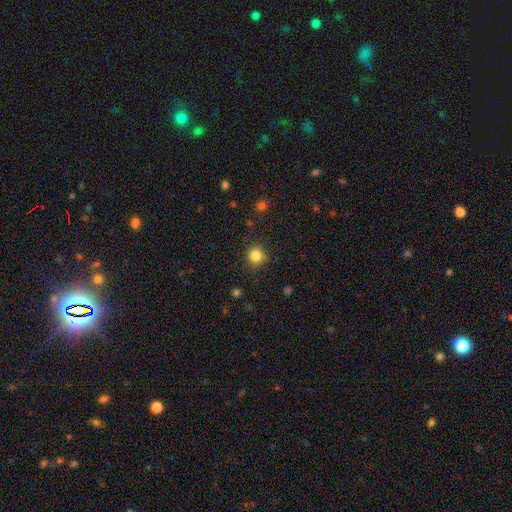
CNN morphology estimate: This is clearly a smooth galaxy (84%). How rounded: clearly round (92%). Merging: clearly none (87%).